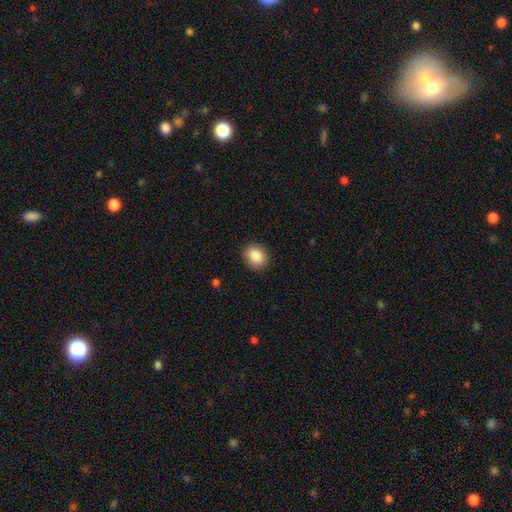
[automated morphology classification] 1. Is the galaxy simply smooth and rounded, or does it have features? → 87% smooth, 8% star or artifact, 5% featured or disk.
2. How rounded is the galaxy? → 53% round, 46% in between, 1% cigar-shaped.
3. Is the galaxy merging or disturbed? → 89% none, 8% minor disturbance, 2% major disturbance, 1% merger.